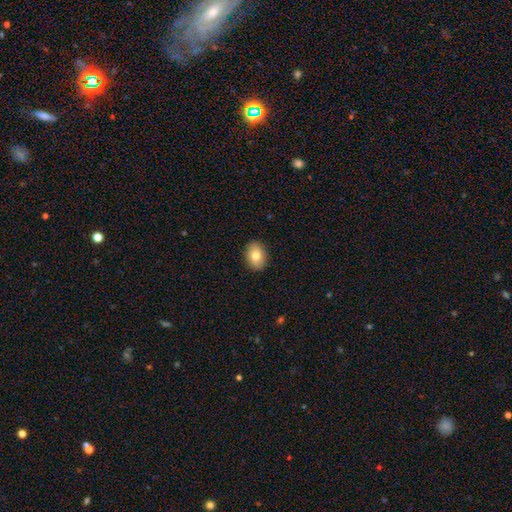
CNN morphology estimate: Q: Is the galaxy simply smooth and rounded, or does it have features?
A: smooth — 79%.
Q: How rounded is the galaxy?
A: in between — 70%.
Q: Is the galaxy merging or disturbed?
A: none — 90%.